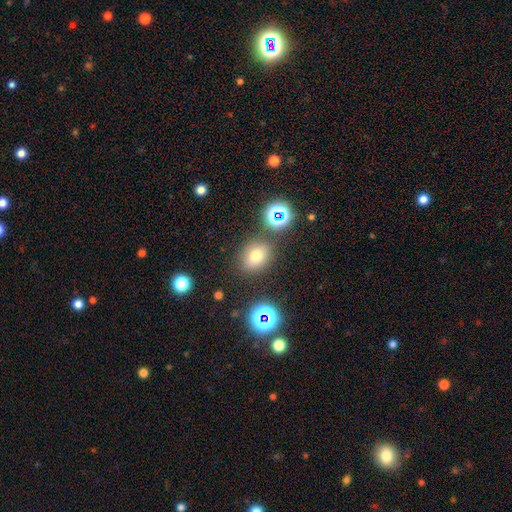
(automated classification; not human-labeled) Smooth or featured: smooth — 70% (star or artifact — 19%)
How rounded: round — 55% (in between — 44%)
Merging: none — 78% (minor disturbance — 11%)